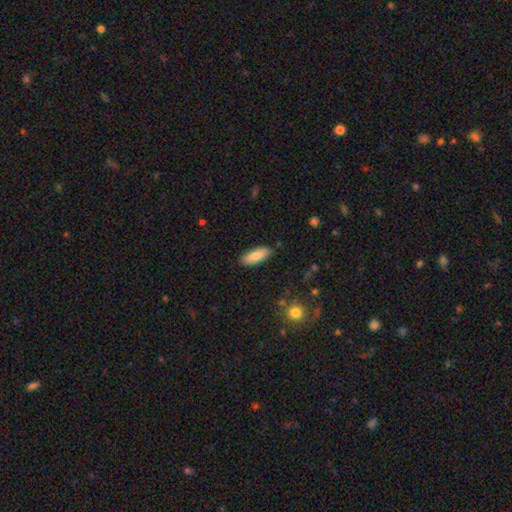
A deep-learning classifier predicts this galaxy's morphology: Smooth or featured: smooth — 81% (featured or disk — 13%)
How rounded: in between — 68% (cigar-shaped — 31%)
Merging: none — 87% (minor disturbance — 10%)